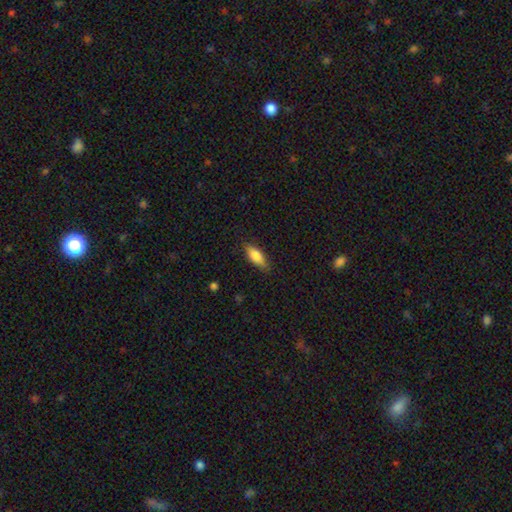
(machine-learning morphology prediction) Q: Smooth or featured?
A: smooth (81%); runner-up: featured or disk (13%)
Q: How rounded?
A: in between (74%); runner-up: cigar-shaped (23%)
Q: Merging?
A: none (83%); runner-up: minor disturbance (14%)